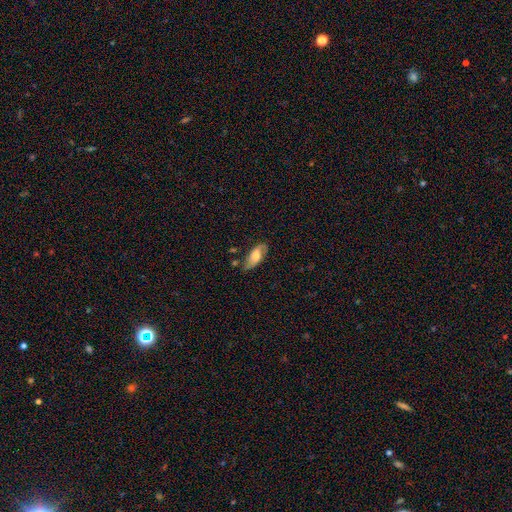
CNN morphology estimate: A featured or disk galaxy (49%).

Vote fractions:
- Smooth or featured? featured or disk: 49% / smooth: 44% / star or artifact: 7%
- Merging? none: 65% / minor disturbance: 24% / major disturbance: 7% / merger: 4%